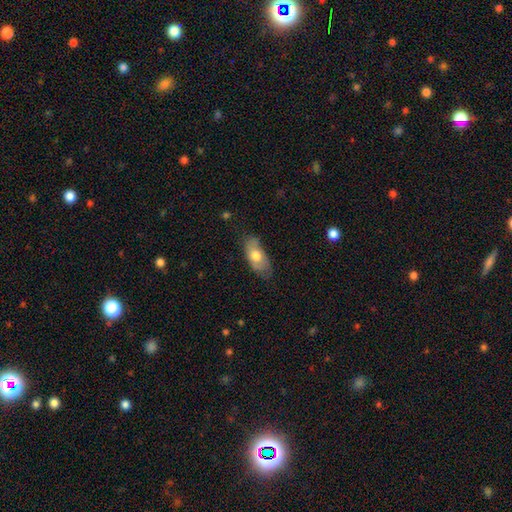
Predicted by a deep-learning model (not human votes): Overall: smooth (66%; featured or disk 28%). How rounded: in between (86%). Merging: none (66%; minor disturbance 26%).